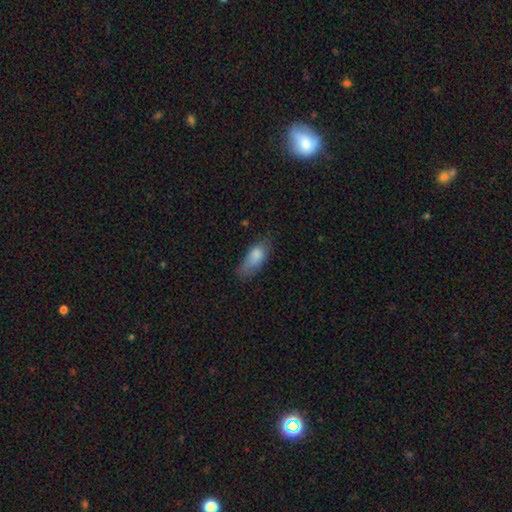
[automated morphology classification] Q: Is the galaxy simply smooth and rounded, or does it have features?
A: smooth — 82%.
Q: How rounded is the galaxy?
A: in between — 82%.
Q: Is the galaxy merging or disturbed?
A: none — 59%.